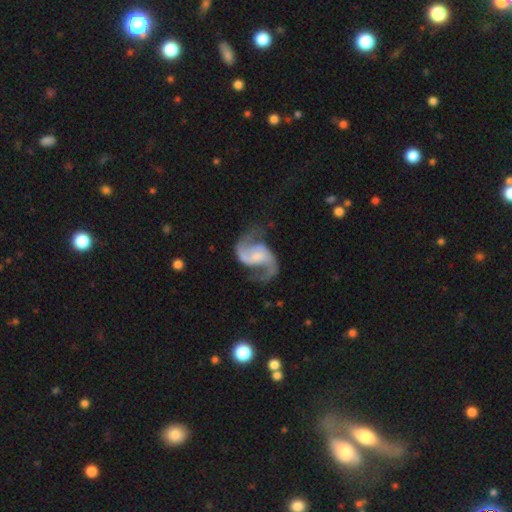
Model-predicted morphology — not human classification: The model was most divided on "bulge size": small: 33%, none: 31%, moderate: 26%, large: 9%, dominant: 2%. Remaining: edge-on disk — no (98%); spiral arms — yes (97%); spiral arm count — 2 (94%); smooth or featured — featured or disk (91%); merging — none (69%); spiral winding — loose (51%); bar — weak (44%).